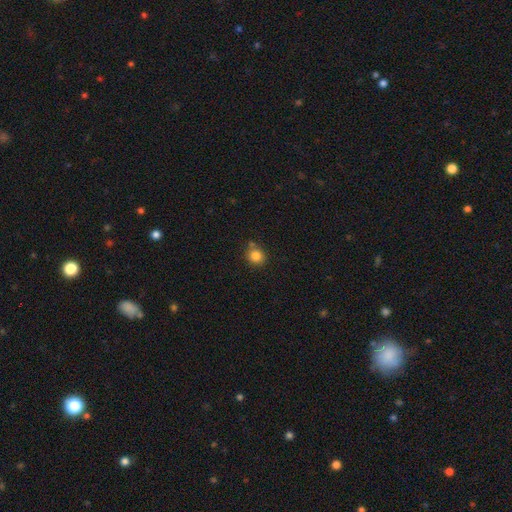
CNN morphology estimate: type=smooth (84%); roundness=round (85%); merging=none (71%).